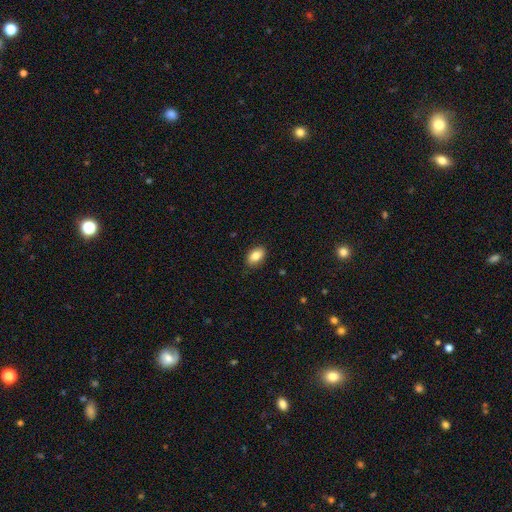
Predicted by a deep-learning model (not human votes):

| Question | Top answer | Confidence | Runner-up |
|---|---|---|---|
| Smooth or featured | smooth | 85% | star or artifact (7%) |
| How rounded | in between | 90% | round (8%) |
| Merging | none | 87% | minor disturbance (10%) |